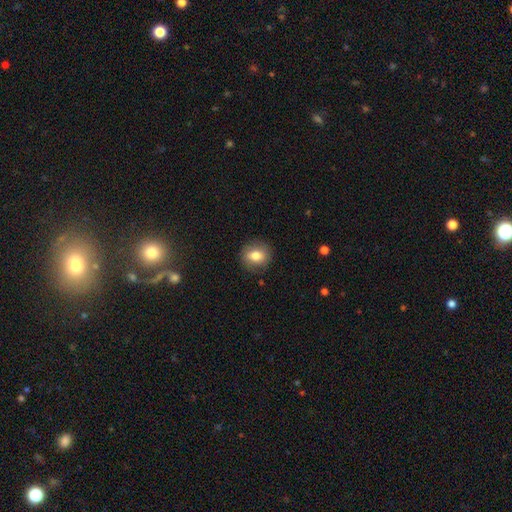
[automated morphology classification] type=smooth (78%); roundness=round (72%); merging=none (86%).